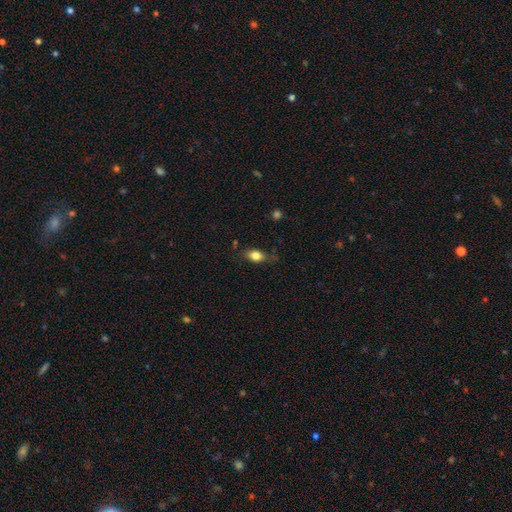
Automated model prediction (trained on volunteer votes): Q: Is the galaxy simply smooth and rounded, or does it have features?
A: smooth — 78%.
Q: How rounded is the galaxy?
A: in between — 78%.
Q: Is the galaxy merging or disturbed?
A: none — 70%.